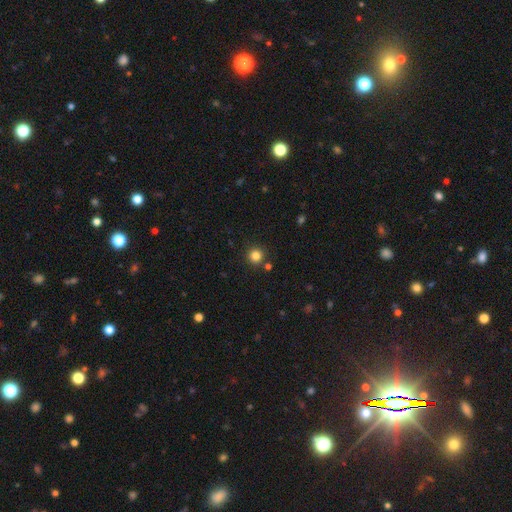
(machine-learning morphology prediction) Smooth or featured?
  - smooth: 83% *
  - star or artifact: 13%
  - featured or disk: 4%
How rounded?
  - round: 94% *
  - in between: 5%
  - cigar-shaped: 1%
Merging?
  - none: 86% *
  - minor disturbance: 7%
  - merger: 5%
  - major disturbance: 2%